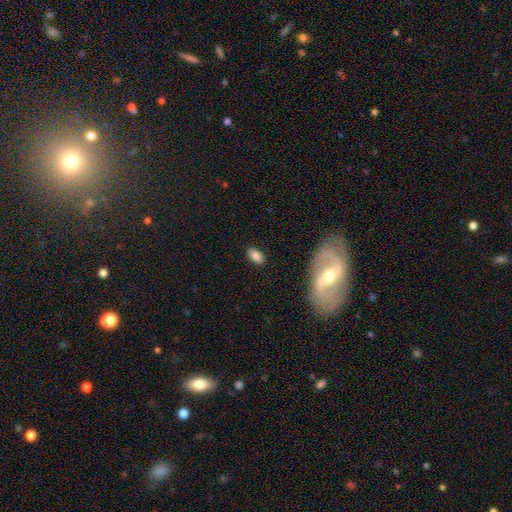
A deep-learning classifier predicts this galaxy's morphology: Smooth or featured: smooth — 83% (featured or disk — 9%)
How rounded: in between — 91% (round — 6%)
Merging: none — 87% (minor disturbance — 9%)